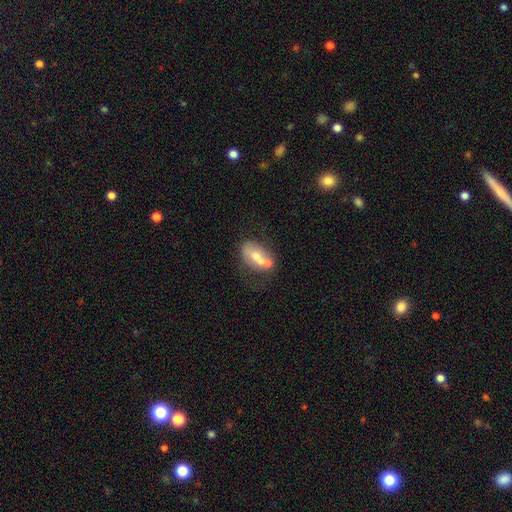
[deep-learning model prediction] smooth 47%, featured or disk 44%, star or artifact 9%. Down the decision tree: merging — merger (44%).